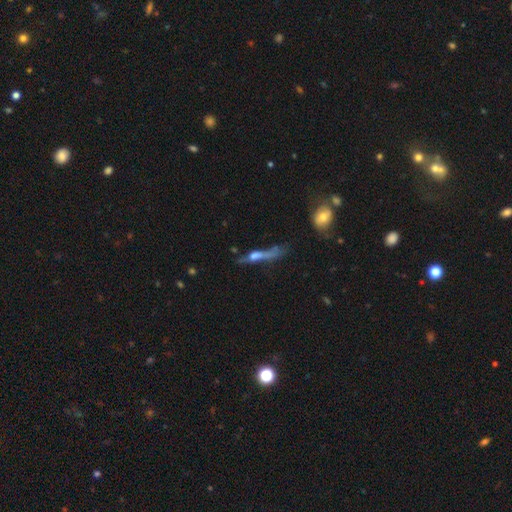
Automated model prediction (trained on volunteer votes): This appears to be a featured or disk galaxy (50%) viewed edge-on (64%). Merging: major disturbance (37%).